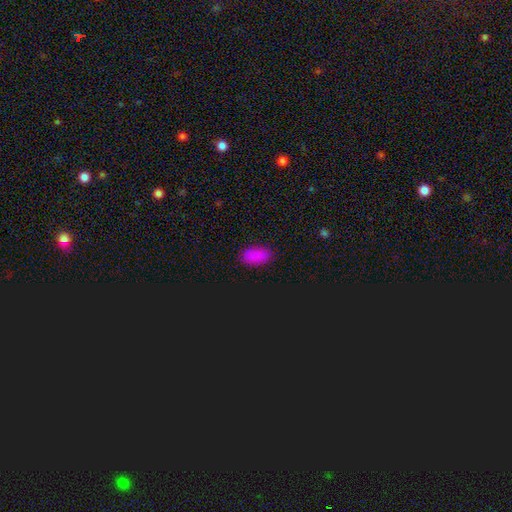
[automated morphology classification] smooth-or-featured: smooth: 80% | star or artifact: 14% | featured or disk: 6%
  how-rounded: in between: 93% | round: 5% | cigar-shaped: 2%
  merging: none: 87% | minor disturbance: 10% | major disturbance: 2% | merger: 1%